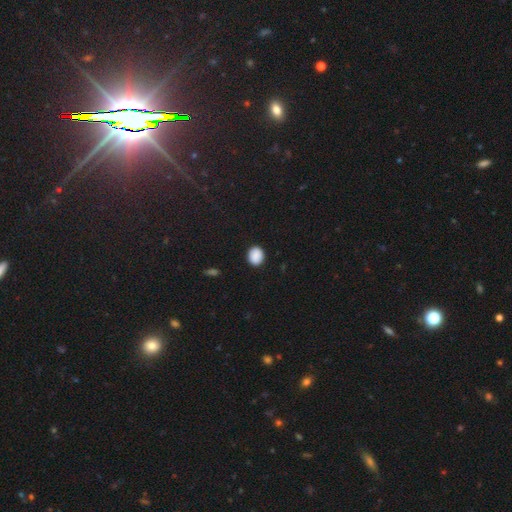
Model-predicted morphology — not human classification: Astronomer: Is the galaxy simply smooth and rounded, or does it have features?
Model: smooth — 89%.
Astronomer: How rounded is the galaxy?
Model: round — 64%.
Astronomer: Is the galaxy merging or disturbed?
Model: none — 89%.